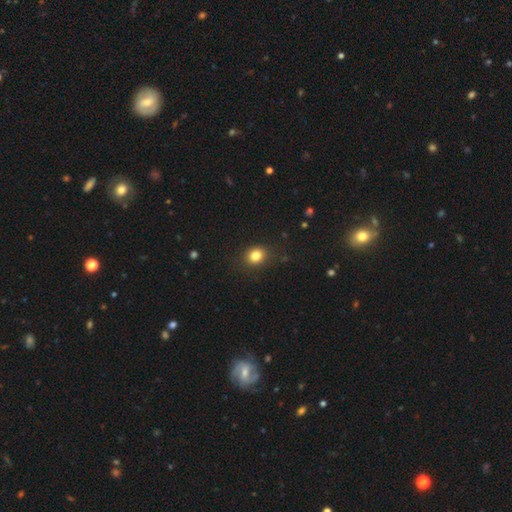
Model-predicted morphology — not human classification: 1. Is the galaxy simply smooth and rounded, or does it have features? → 82% smooth, 12% star or artifact, 6% featured or disk.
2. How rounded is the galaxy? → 65% round, 34% in between, 1% cigar-shaped.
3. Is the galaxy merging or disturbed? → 85% none, 10% minor disturbance, 3% major disturbance, 1% merger.